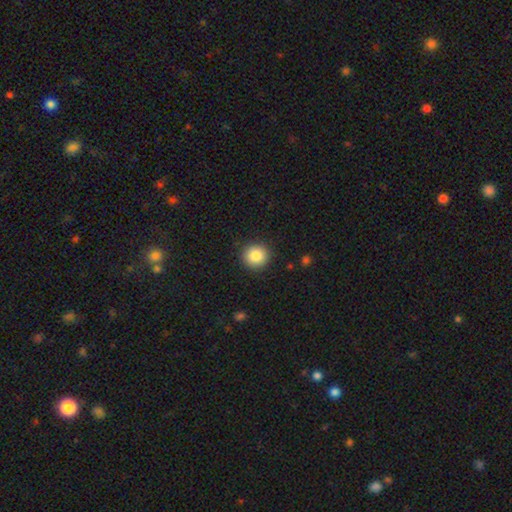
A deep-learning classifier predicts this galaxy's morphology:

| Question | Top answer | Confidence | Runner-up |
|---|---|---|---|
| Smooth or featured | smooth | 85% | star or artifact (9%) |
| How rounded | round | 93% | in between (6%) |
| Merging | none | 91% | minor disturbance (6%) |